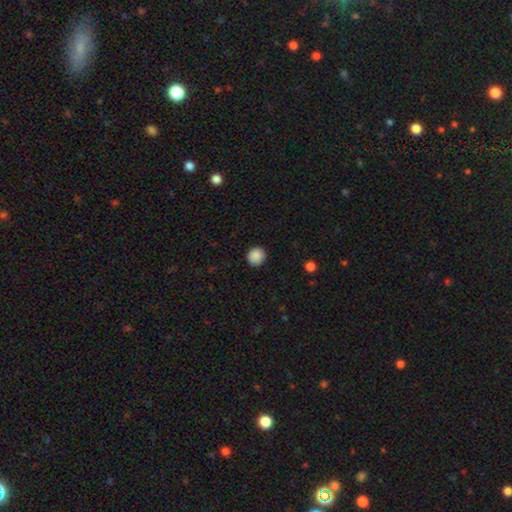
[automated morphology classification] Smooth or featured: smooth — 88% (star or artifact — 9%)
How rounded: round — 91% (in between — 8%)
Merging: none — 90% (minor disturbance — 7%)